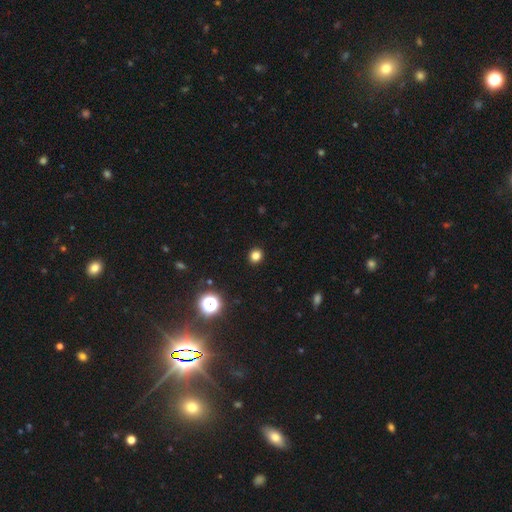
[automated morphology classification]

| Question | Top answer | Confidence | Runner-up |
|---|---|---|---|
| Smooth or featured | smooth | 80% | star or artifact (15%) |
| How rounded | round | 83% | in between (16%) |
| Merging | none | 92% | minor disturbance (5%) |